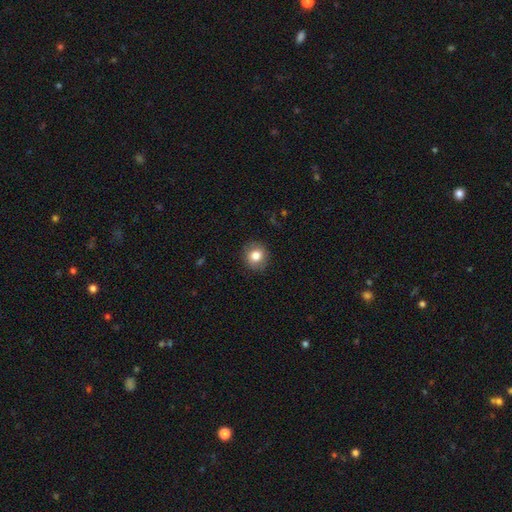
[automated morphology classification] smooth_or_featured: smooth (p=0.81) [alt: star or artifact p=0.10]
how_rounded: round (p=0.82) [alt: in between p=0.17]
merging: none (p=0.87) [alt: minor disturbance p=0.10]